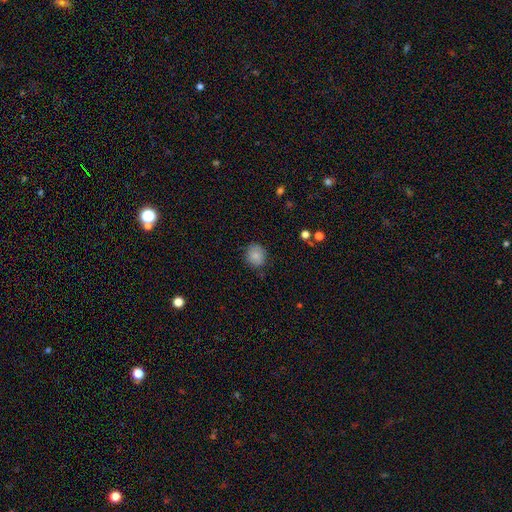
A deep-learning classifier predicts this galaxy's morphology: Smooth or featured? smooth (84%)
How rounded? round (83%)
Merging? none (79%)